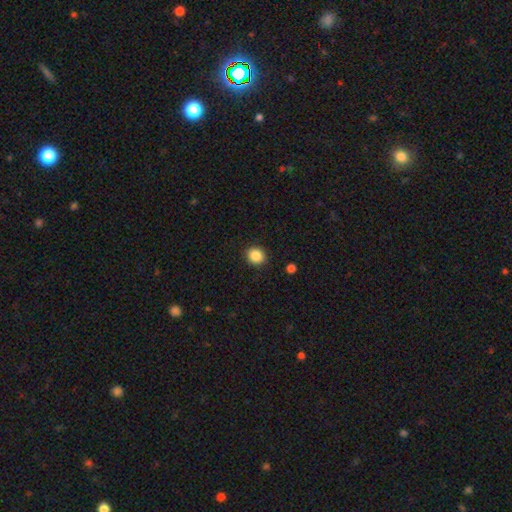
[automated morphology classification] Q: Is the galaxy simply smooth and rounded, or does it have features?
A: smooth — 87%.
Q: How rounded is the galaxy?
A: round — 83%.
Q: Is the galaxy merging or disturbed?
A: none — 90%.